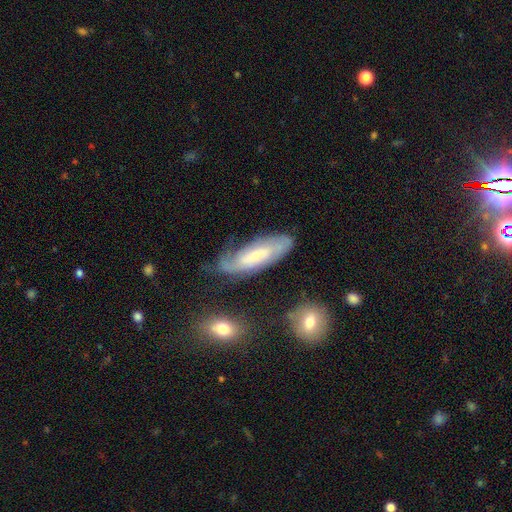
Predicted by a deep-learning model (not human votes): smooth-or-featured: featured or disk: 60% | smooth: 32% | star or artifact: 7%
  disk-edge-on: no: 85% | yes: 15%
    bar: no: 50% | weak: 38% | strong: 12%
    has-spiral-arms: yes: 86% | no: 14%
    bulge-size: small: 52% | moderate: 31% | none: 10% | large: 5% | dominant: 2%
  merging: none: 56% | minor disturbance: 27% | major disturbance: 14% | merger: 4%